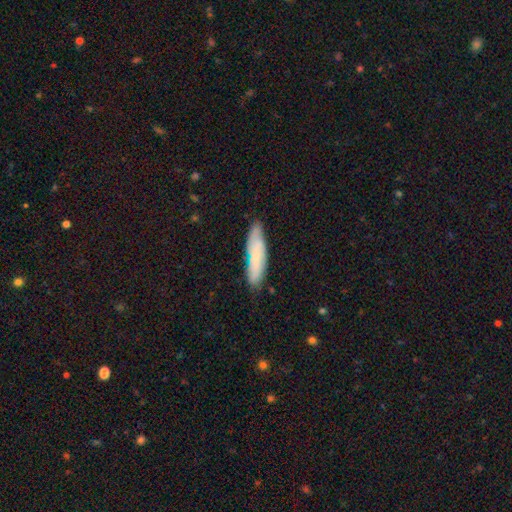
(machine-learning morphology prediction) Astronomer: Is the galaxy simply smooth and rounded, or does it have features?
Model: smooth — 68%.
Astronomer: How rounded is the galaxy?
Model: cigar-shaped — 74%.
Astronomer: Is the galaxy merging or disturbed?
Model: none — 79%.